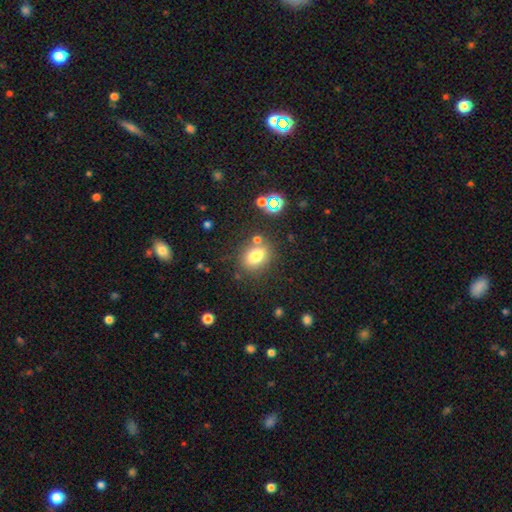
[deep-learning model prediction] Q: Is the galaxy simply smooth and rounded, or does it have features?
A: smooth — 76%.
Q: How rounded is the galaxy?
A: in between — 60%.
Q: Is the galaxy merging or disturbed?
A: none — 72%.